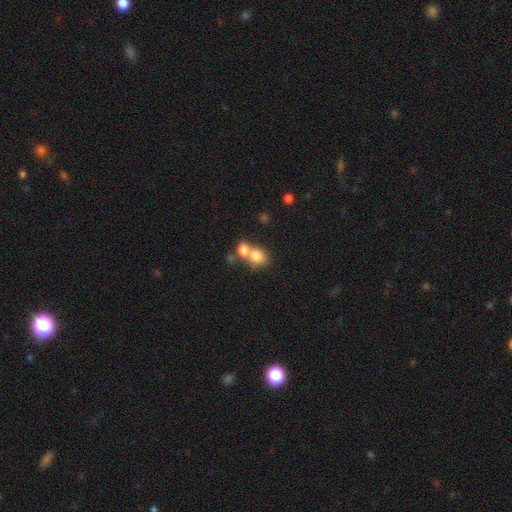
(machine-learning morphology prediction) Overall: smooth (79%). How rounded: round (61%; in between 38%). Merging: merger (58%; none 30%).